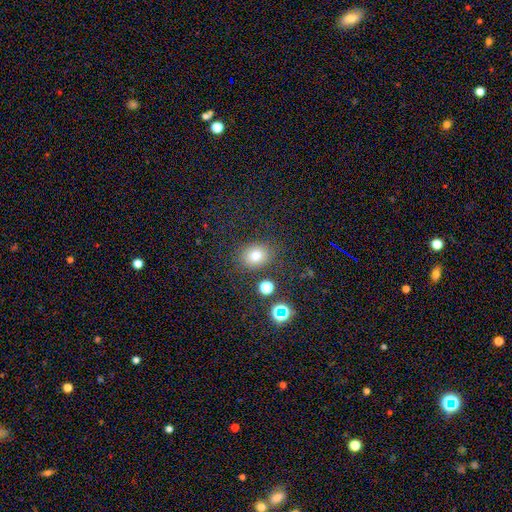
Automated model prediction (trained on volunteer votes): This appears to be a smooth galaxy with no disk features (76%) that is round (59%). Merging: none (82%).